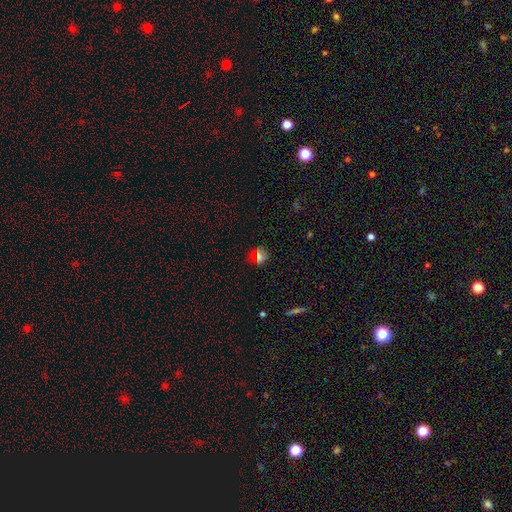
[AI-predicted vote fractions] Q: Smooth or featured?
A: smooth (56%); runner-up: star or artifact (33%)
Q: How rounded?
A: round (77%); runner-up: in between (19%)
Q: Merging?
A: none (86%); runner-up: minor disturbance (9%)